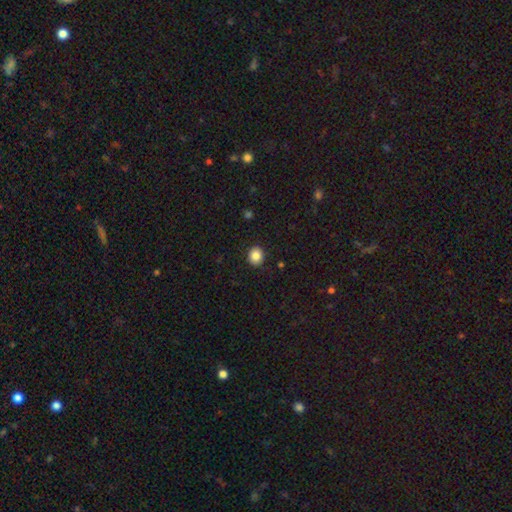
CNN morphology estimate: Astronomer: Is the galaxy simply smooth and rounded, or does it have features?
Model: smooth — 85%.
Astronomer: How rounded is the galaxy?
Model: round — 74%.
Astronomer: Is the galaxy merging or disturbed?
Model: none — 91%.